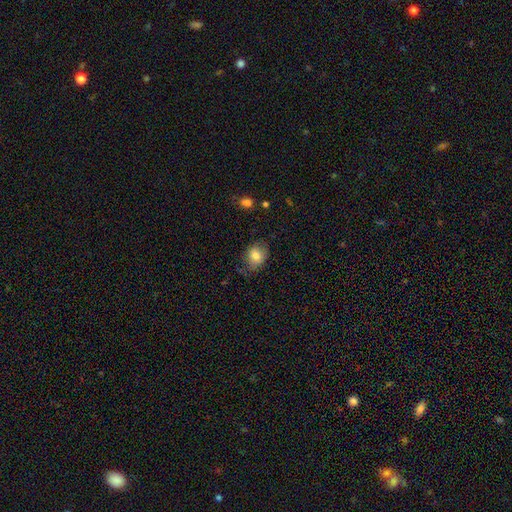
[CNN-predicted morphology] Overall: smooth (78%). How rounded: in between (54%; round 44%). Merging: none (70%).